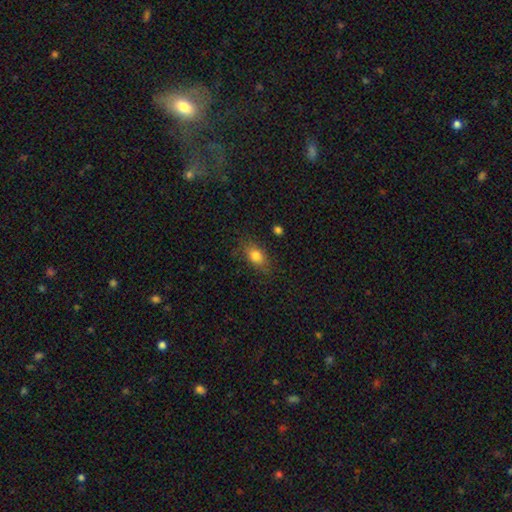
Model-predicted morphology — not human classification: smooth 80%, star or artifact 10%, featured or disk 10%. Down the decision tree: how rounded — in between (78%); merging — none (77%).